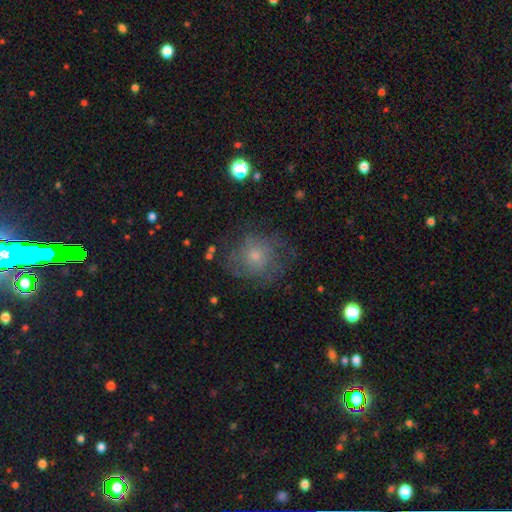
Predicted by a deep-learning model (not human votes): A smooth galaxy with no disk features (48%). Merging: none (64%).